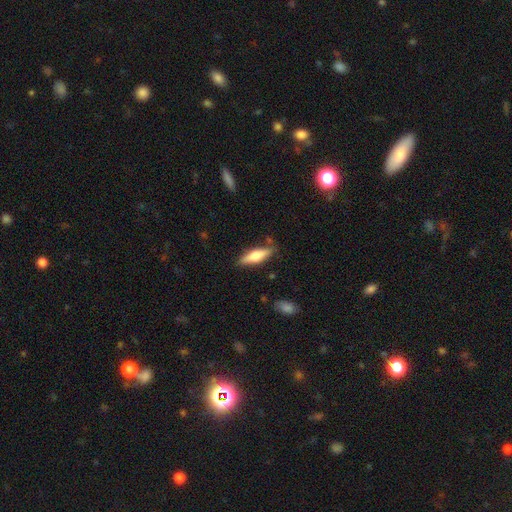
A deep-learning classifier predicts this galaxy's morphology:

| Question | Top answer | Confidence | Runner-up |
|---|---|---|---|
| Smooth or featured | smooth | 59% | featured or disk (35%) |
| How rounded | cigar-shaped | 57% | in between (41%) |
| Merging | none | 82% | minor disturbance (13%) |